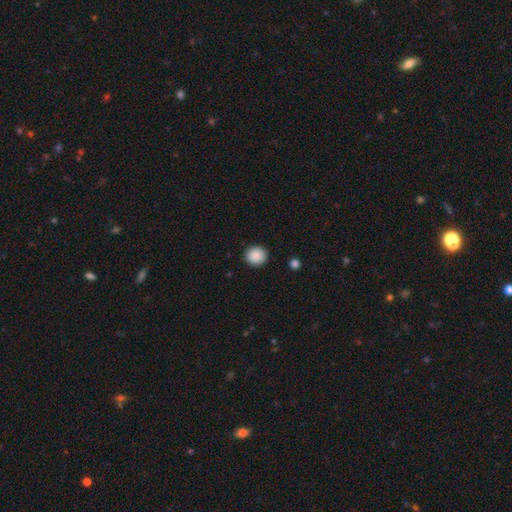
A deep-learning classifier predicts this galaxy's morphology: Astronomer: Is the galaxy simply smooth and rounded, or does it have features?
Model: smooth — 89%.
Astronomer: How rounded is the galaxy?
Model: round — 89%.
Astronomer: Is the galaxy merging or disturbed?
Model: none — 91%.